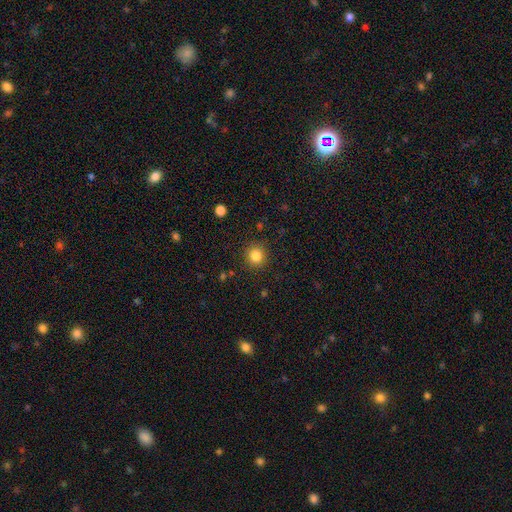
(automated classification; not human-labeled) Morphology: type=smooth (84%); roundness=round (89%); merging=none (89%).